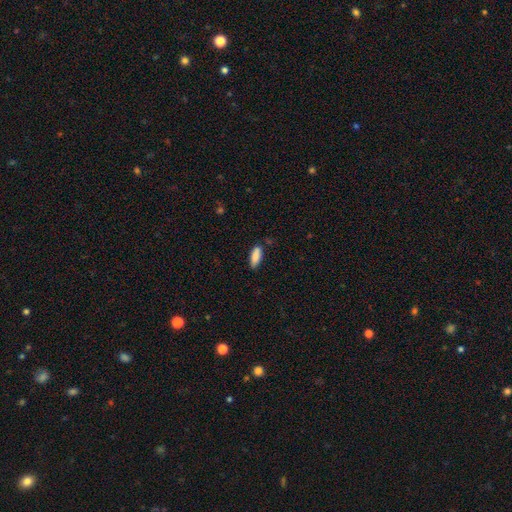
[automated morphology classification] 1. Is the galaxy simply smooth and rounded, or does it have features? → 88% smooth, 7% star or artifact, 5% featured or disk.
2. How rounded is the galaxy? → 67% in between, 32% cigar-shaped, 2% round.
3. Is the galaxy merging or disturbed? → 81% none, 14% minor disturbance, 3% major disturbance, 2% merger.